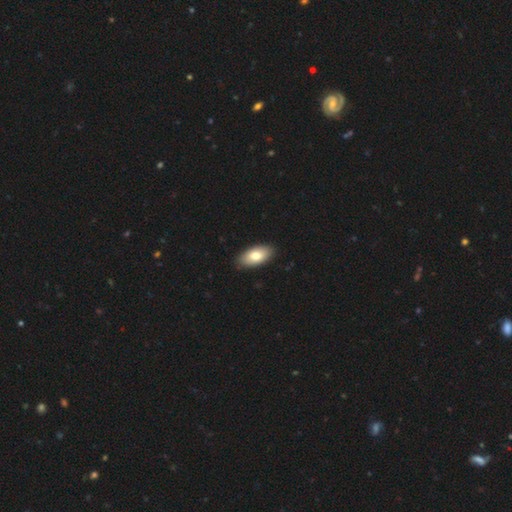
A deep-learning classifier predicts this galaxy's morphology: Q: Smooth or featured?
A: smooth (77%); runner-up: featured or disk (17%)
Q: How rounded?
A: in between (93%); runner-up: cigar-shaped (4%)
Q: Merging?
A: none (89%); runner-up: minor disturbance (8%)